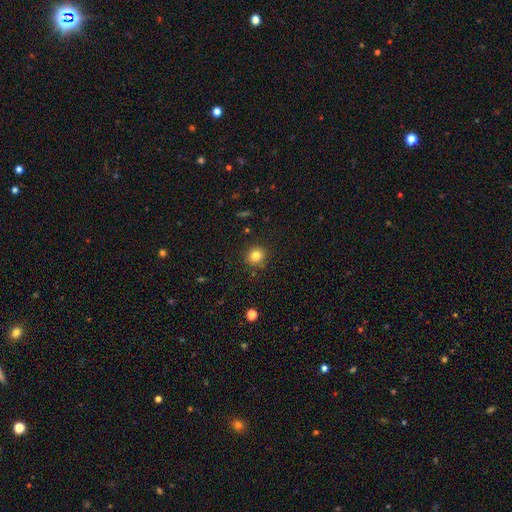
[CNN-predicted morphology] This appears to be a smooth galaxy with no disk features (82%) that is round (91%). Merging: none (88%).